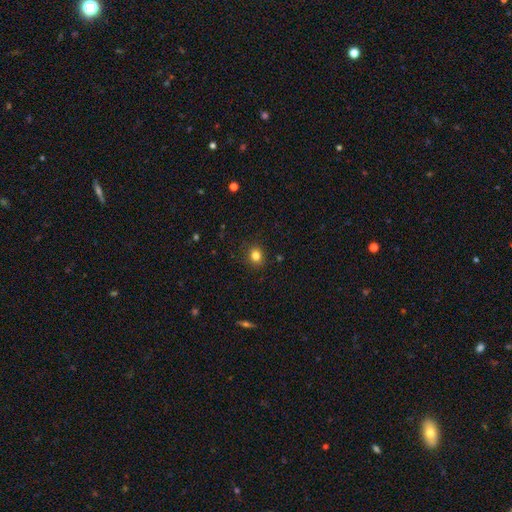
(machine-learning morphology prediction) Smooth or featured? Predicted: smooth (p=0.82). How rounded? Predicted: round (p=0.75). Merging? Predicted: none (p=0.89).